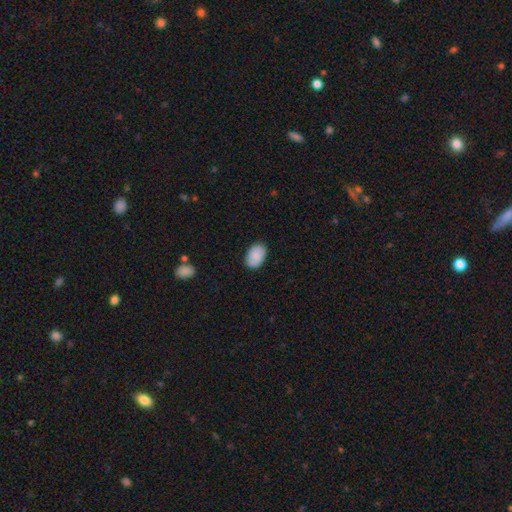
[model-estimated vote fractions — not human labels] Smooth or featured: smooth — 87% (featured or disk — 7%)
How rounded: in between — 90% (round — 9%)
Merging: none — 86% (minor disturbance — 10%)